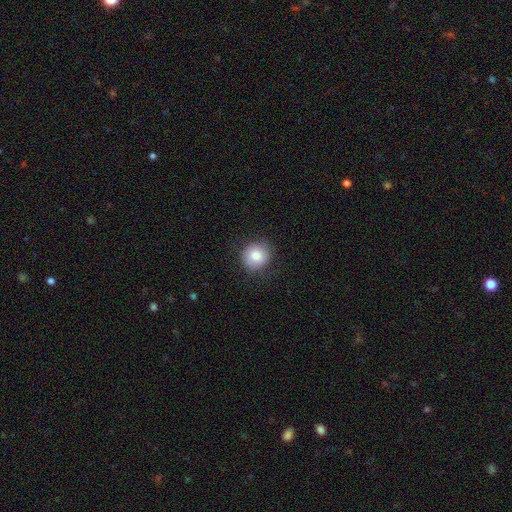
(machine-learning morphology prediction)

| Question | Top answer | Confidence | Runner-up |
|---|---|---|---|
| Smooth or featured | smooth | 83% | featured or disk (8%) |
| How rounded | round | 86% | in between (13%) |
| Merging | none | 81% | minor disturbance (13%) |